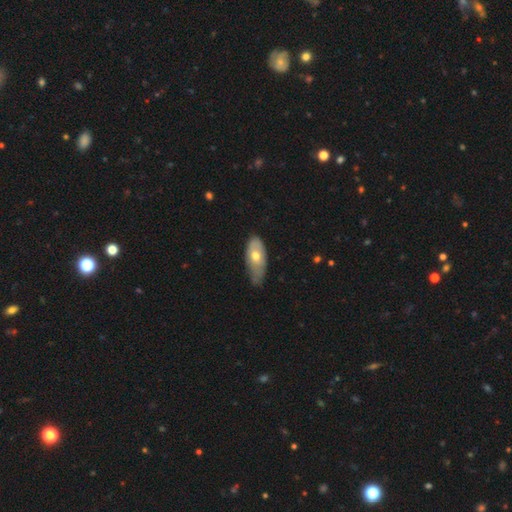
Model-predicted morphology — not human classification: This is possibly a smooth galaxy (60%). How rounded: clearly in between (84%). Merging: marginally minor disturbance (44%).